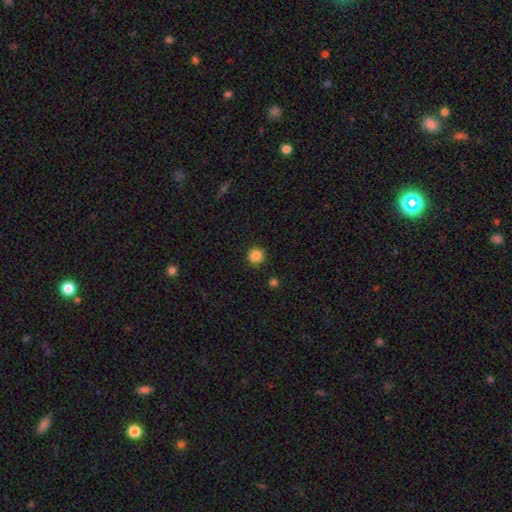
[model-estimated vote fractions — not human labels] This appears to be a smooth galaxy with no disk features (86%) that is round (95%). Merging: none (91%).